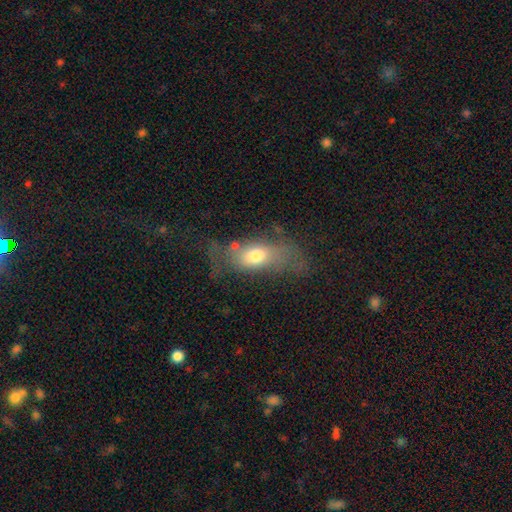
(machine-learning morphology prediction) Overall: smooth (62%; featured or disk 27%). How rounded: in between (81%). Merging: none (37%; major disturbance 32%).